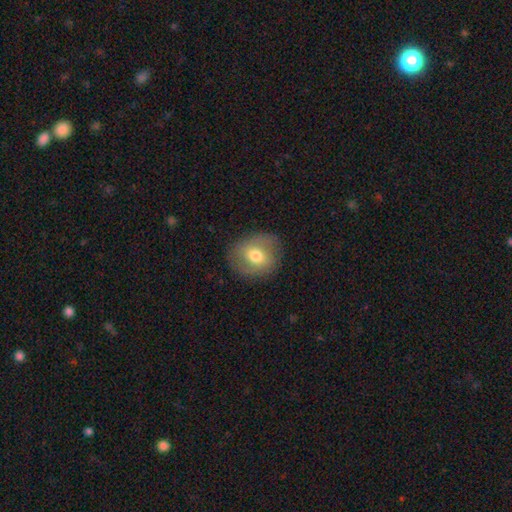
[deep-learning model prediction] Q: Smooth or featured?
A: smooth (58%); runner-up: featured or disk (34%)
Q: How rounded?
A: round (69%); runner-up: in between (29%)
Q: Merging?
A: none (83%); runner-up: minor disturbance (12%)